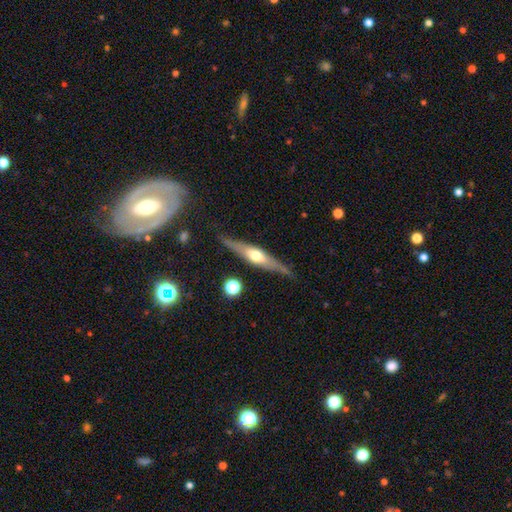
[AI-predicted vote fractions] Q: Smooth or featured?
A: featured or disk (70%); runner-up: smooth (25%)
Q: Edge-on disk?
A: yes (93%); runner-up: no (7%)
Q: Edge-on bulge?
A: rounded (89%); runner-up: boxy (7%)
Q: Merging?
A: none (83%); runner-up: minor disturbance (12%)